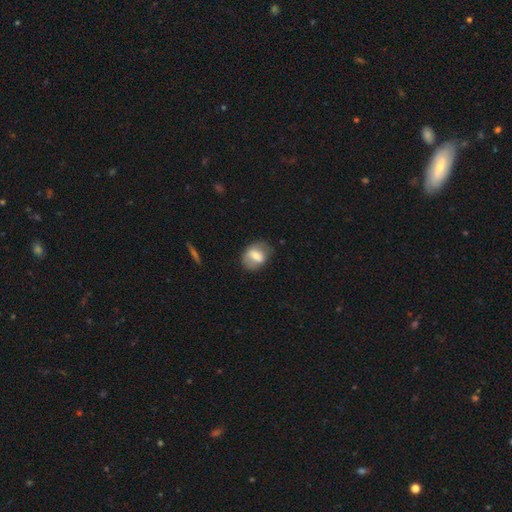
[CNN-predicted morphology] Smooth or featured? smooth (58%)
How rounded? in between (60%)
Merging? none (64%)